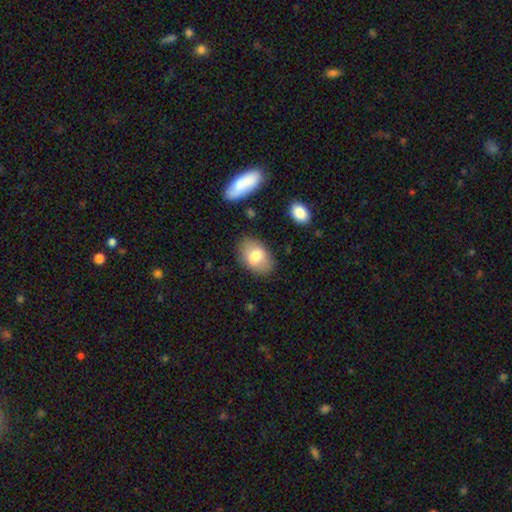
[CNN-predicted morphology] The model was most divided on "smooth or featured": smooth: 70%, featured or disk: 22%, star or artifact: 7%. More confident: how rounded — in between (86%); merging — none (80%).